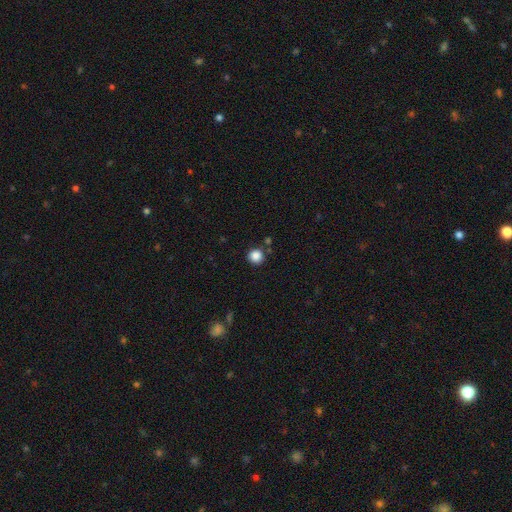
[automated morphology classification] Smooth or featured? Predicted: smooth (p=0.86). How rounded? Predicted: round (p=0.94). Merging? Predicted: none (p=0.85).